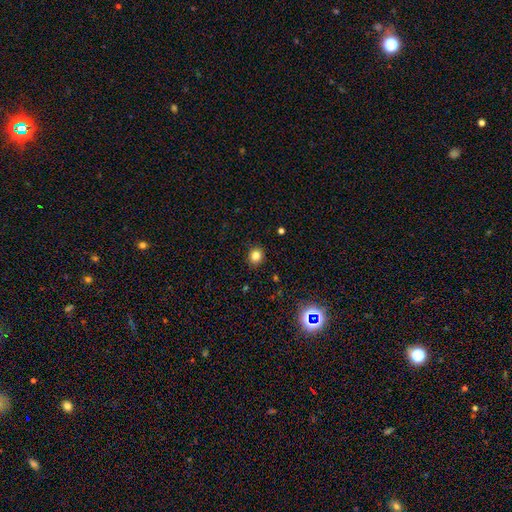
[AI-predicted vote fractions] smooth_or_featured: smooth (p=0.83) [alt: star or artifact p=0.12]
how_rounded: round (p=0.80) [alt: in between p=0.20]
merging: none (p=0.89) [alt: minor disturbance p=0.08]